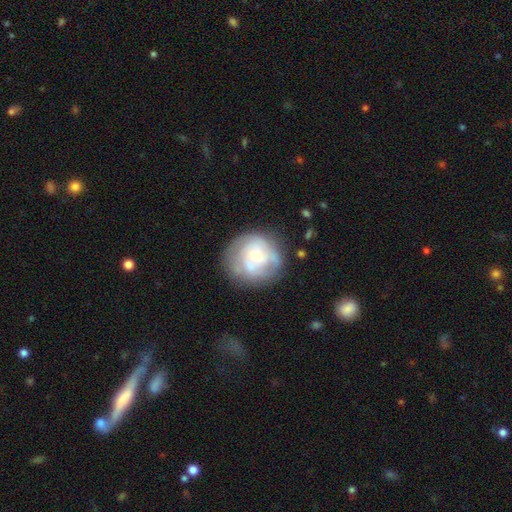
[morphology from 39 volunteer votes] Q: Smooth or featured?
A: featured or disk (59%); runner-up: smooth (33%)
Q: Edge-on disk?
A: no (96%); runner-up: yes (4%)
Q: Bar?
A: no (68%); runner-up: weak (27%)
Q: Spiral arms?
A: yes (50%); tied with: no (50%)
Q: Spiral winding?
A: medium (55%); runner-up: tight (36%)
Q: Spiral arm count?
A: can't tell (73%); runner-up: 1 (9%)
Q: Bulge size?
A: moderate (59%); runner-up: small (27%)
Q: Merging?
A: none (47%); runner-up: major disturbance (25%)